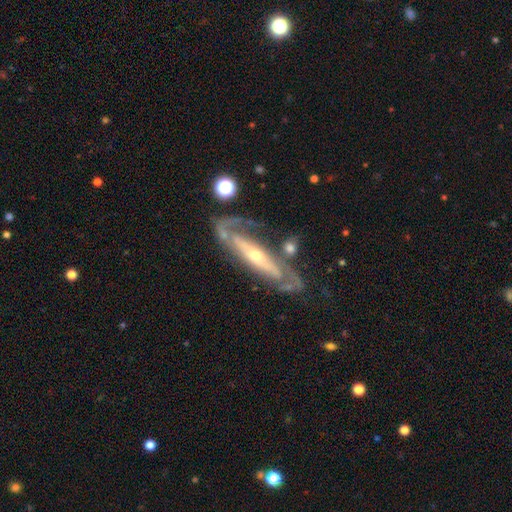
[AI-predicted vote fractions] Smooth or featured: featured or disk — 86% (smooth — 9%)
Edge-on disk: no — 79% (yes — 21%)
Bar: no — 40% (strong — 37%)
Spiral arms: yes — 90% (no — 10%)
Spiral winding: tight — 48% (medium — 38%)
Spiral arm count: 2 — 74% (can't tell — 15%)
Bulge size: small — 56% (moderate — 39%)
Merging: none — 67% (minor disturbance — 17%)